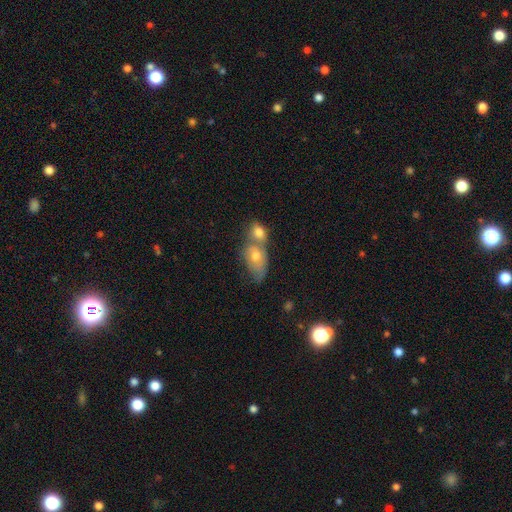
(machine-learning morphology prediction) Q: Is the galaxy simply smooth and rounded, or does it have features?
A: smooth — 59%.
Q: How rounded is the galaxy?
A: in between — 73%.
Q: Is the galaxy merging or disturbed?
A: merger — 63%.